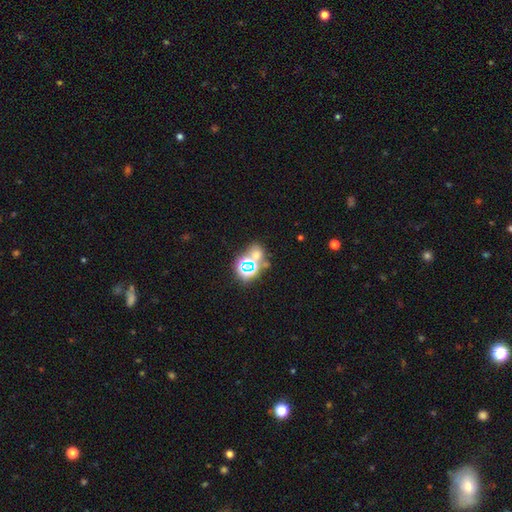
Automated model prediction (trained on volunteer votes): Smooth or featured: star or artifact — 47% (smooth — 41%)